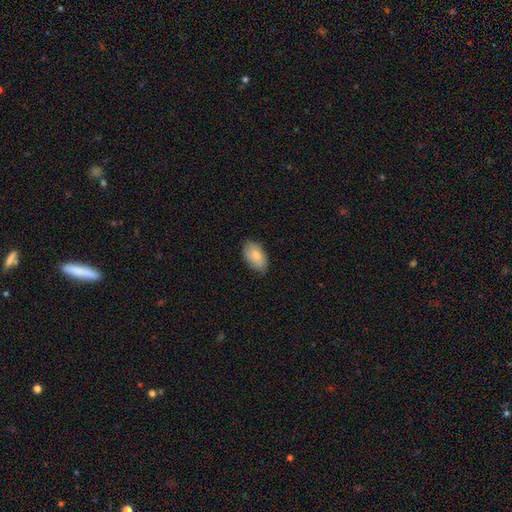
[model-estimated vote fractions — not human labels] smooth-or-featured: smooth: 83% | featured or disk: 11% | star or artifact: 6%
  how-rounded: in between: 94% | round: 4% | cigar-shaped: 2%
  merging: none: 79% | minor disturbance: 17% | major disturbance: 3% | merger: 1%